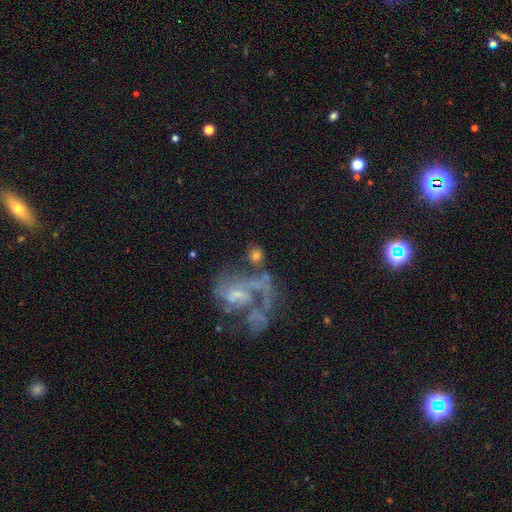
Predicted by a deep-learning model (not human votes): Smooth or featured? Predicted: smooth (p=0.58). How rounded? Predicted: round (p=0.77). Merging? Predicted: none (p=0.58).